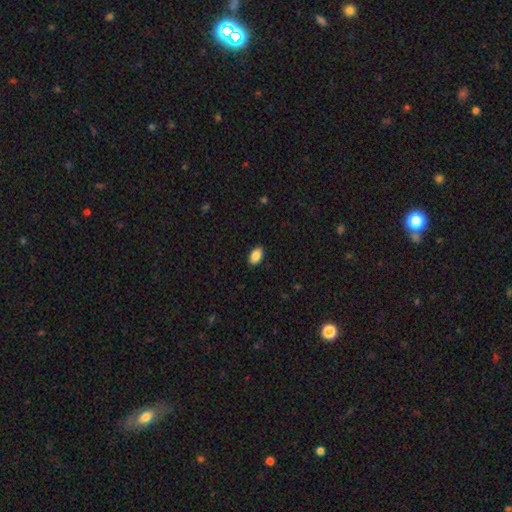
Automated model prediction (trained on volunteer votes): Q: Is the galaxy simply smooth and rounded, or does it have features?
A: smooth — 88%.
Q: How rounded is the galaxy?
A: in between — 92%.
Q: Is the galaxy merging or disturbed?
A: none — 88%.